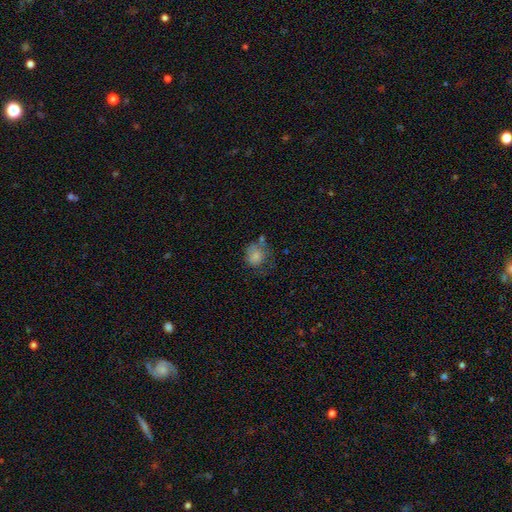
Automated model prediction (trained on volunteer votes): Smooth or featured? Predicted: smooth (p=0.75). How rounded? Predicted: round (p=0.68). Merging? Predicted: none (p=0.43).